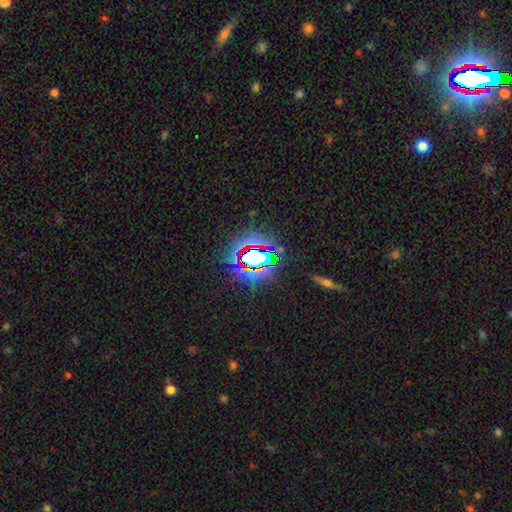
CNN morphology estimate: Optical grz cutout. It shows a star or artifact, not a galaxy (71%).